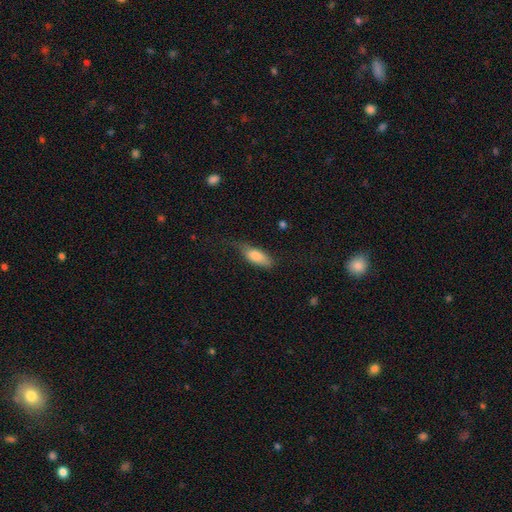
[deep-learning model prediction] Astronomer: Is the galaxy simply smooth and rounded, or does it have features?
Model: smooth — 80%.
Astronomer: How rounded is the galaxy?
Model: in between — 73%.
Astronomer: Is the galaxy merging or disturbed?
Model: none — 49% (runner-up: minor disturbance, 35%).